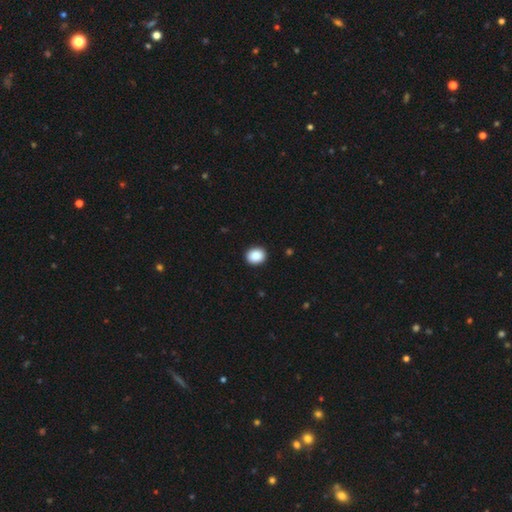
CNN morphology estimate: Smooth or featured: smooth — 90% (star or artifact — 8%)
How rounded: round — 65% (in between — 34%)
Merging: none — 92% (minor disturbance — 6%)